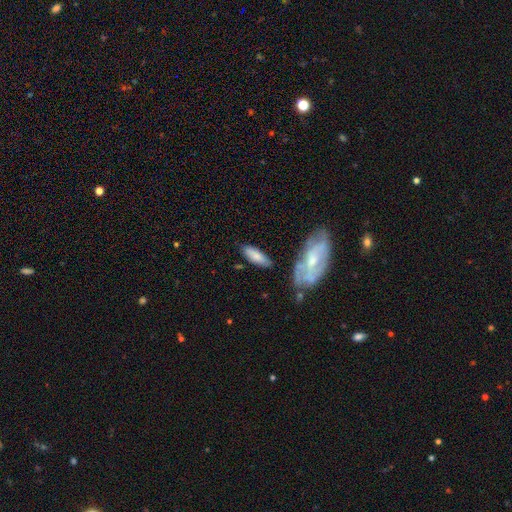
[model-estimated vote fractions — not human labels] The model was most divided on "how rounded": in between: 59%, cigar-shaped: 39%, round: 2%. More confident: merging — none (75%); smooth or featured — smooth (74%).